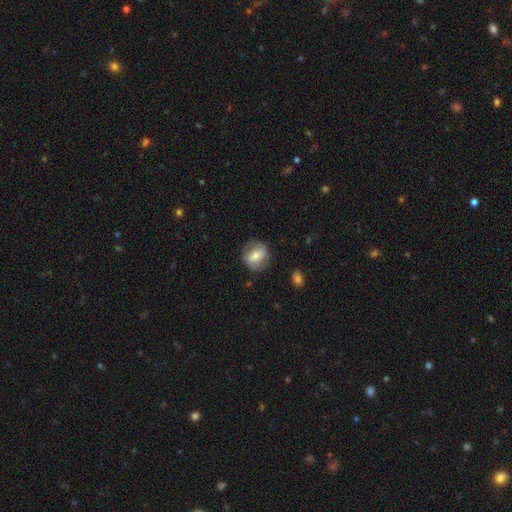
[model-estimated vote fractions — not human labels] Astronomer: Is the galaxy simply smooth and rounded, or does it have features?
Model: smooth — 63%.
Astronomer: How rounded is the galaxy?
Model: round — 68%.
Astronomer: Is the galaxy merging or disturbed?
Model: none — 77%.